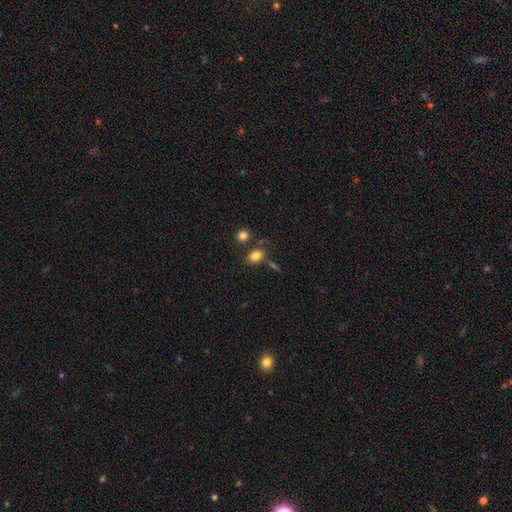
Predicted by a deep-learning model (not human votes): Smooth or featured? Predicted: smooth (p=0.81). How rounded? Predicted: in between (p=0.73). Merging? Predicted: none (p=0.66).